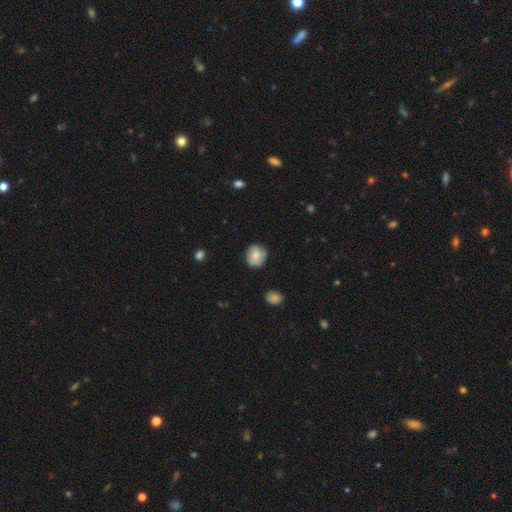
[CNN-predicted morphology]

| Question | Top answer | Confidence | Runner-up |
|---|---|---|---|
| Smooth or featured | smooth | 76% | featured or disk (17%) |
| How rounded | round | 76% | in between (23%) |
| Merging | none | 76% | minor disturbance (19%) |